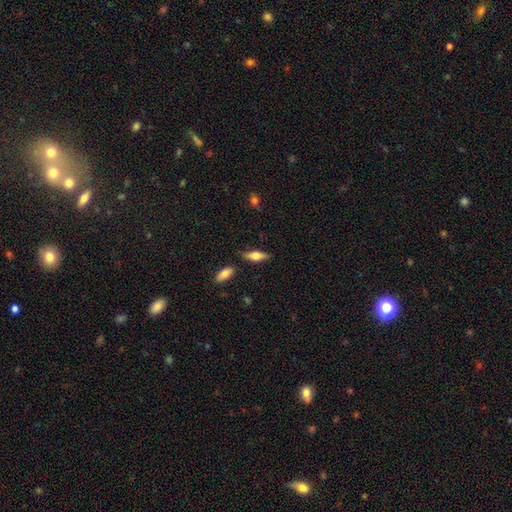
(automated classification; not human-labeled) A smooth galaxy with no disk features (55%) that is in between round and cigar-shaped (58%).

Vote fractions:
- Smooth or featured? smooth: 55% / featured or disk: 38% / star or artifact: 7%
- How rounded? in between: 58% / cigar-shaped: 39% / round: 3%
- Merging? none: 83% / minor disturbance: 11% / merger: 3% / major disturbance: 3%